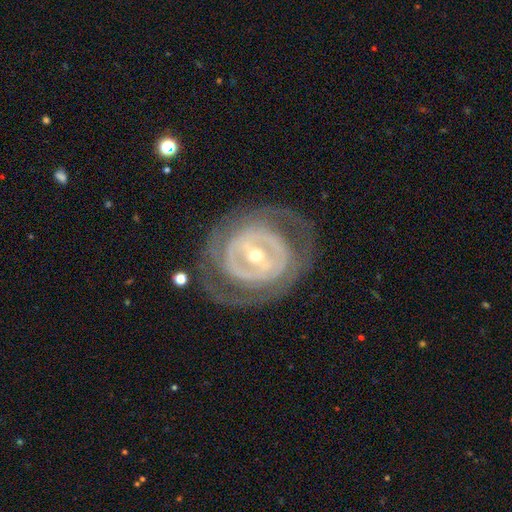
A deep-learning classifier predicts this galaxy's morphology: The model was most divided on "spiral arm count": 2: 40%, can't tell: 38%, 3: 9%, 1: 5%, 4: 5%, more than 4: 3%. Remaining: edge-on disk — no (95%); smooth or featured — featured or disk (84%); merging — none (72%); spiral arms — yes (66%); spiral winding — tight (66%); bulge size — small (60%); bar — strong (44%).